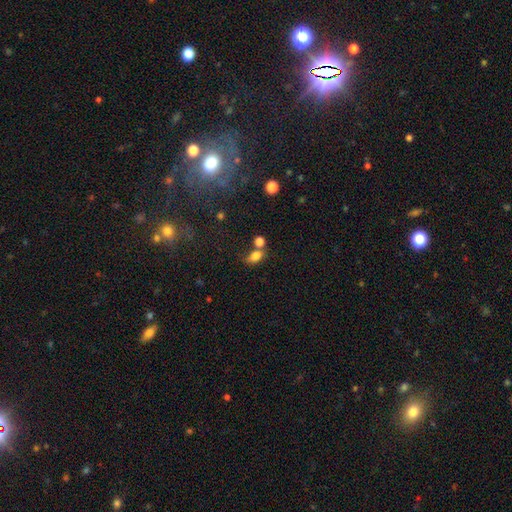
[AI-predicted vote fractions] smooth_or_featured: smooth (p=0.79) [alt: star or artifact p=0.12]
how_rounded: in between (p=0.78) [alt: round p=0.20]
merging: none (p=0.51) [alt: merger p=0.27]